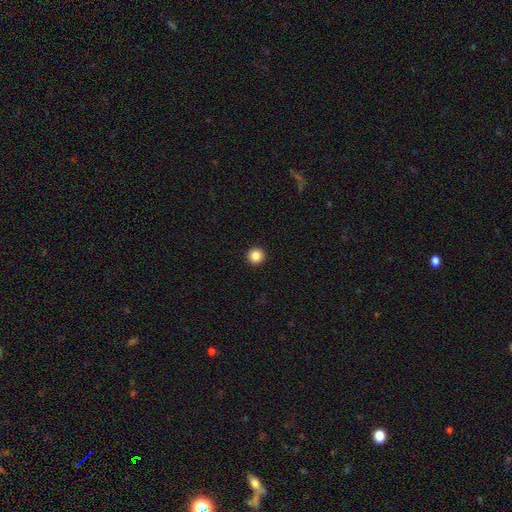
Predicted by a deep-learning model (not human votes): This appears to be a smooth galaxy with no disk features (86%) that is round (96%). Merging: none (94%).